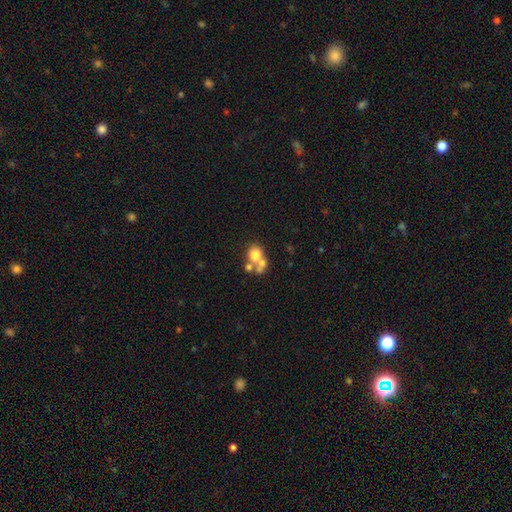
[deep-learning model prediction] smooth_or_featured: smooth (p=0.66) [alt: featured or disk p=0.22]
how_rounded: round (p=0.69) [alt: in between p=0.30]
merging: merger (p=0.54) [alt: none p=0.31]